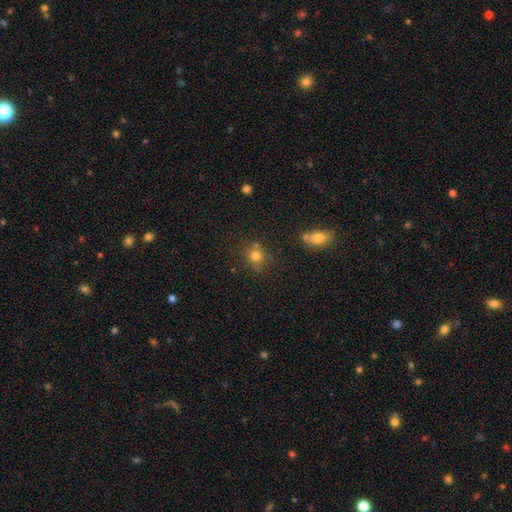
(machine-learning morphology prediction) smooth_or_featured: smooth (p=0.77) [alt: star or artifact p=0.15]
how_rounded: round (p=0.82) [alt: in between p=0.17]
merging: none (p=0.72) [alt: minor disturbance p=0.14]